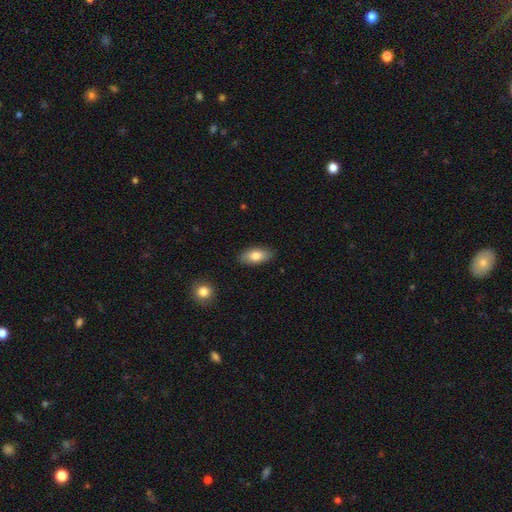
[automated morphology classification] This appears to be a smooth galaxy with no disk features (81%) that is in between round and cigar-shaped (89%). Merging: none (87%).